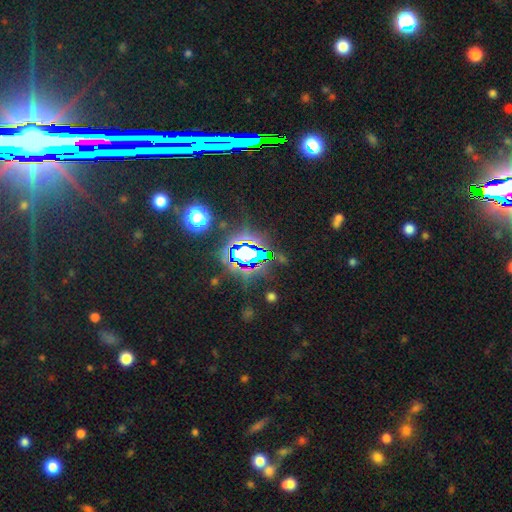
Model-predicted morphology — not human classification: smooth-or-featured: star or artifact: 76% | smooth: 14% | featured or disk: 10%